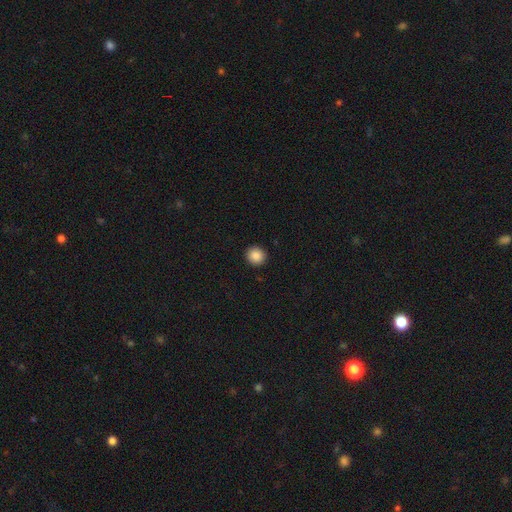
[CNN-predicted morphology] This is clearly a smooth galaxy (88%). How rounded: clearly round (91%). Merging: clearly none (93%).